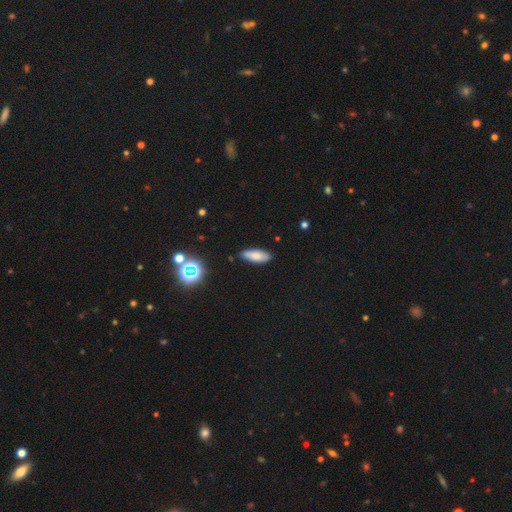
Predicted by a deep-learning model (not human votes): Smooth or featured?
  - smooth: 79% *
  - featured or disk: 12%
  - star or artifact: 9%
How rounded?
  - in between: 72% *
  - cigar-shaped: 26%
  - round: 2%
Merging?
  - none: 83% *
  - minor disturbance: 13%
  - major disturbance: 2%
  - merger: 2%